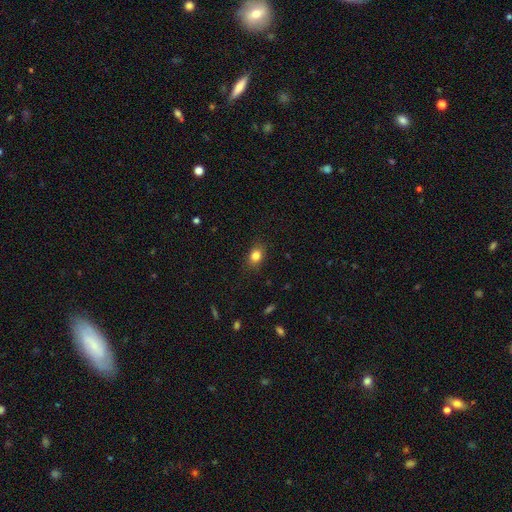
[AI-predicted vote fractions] Smooth or featured?
  - smooth: 83% *
  - star or artifact: 10%
  - featured or disk: 7%
How rounded?
  - in between: 66% *
  - round: 32%
  - cigar-shaped: 2%
Merging?
  - none: 85% *
  - minor disturbance: 11%
  - major disturbance: 3%
  - merger: 1%